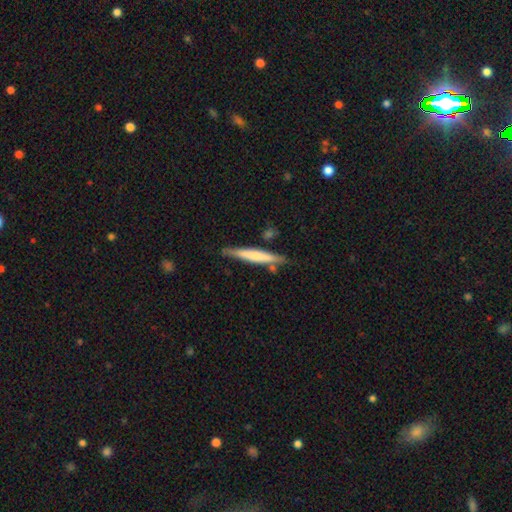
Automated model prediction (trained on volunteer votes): A smooth galaxy with no disk features (58%) that is cigar-shaped (94%). Merging: none (78%).